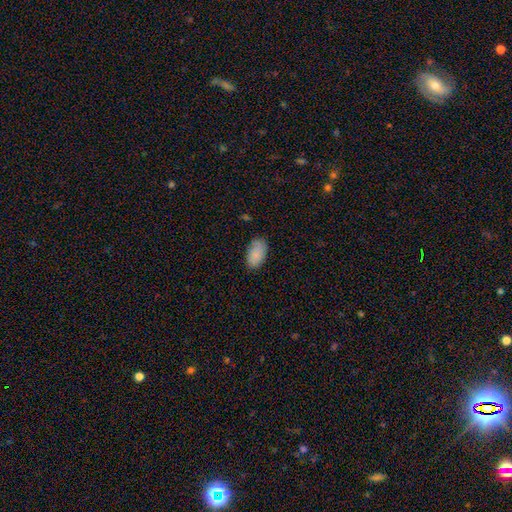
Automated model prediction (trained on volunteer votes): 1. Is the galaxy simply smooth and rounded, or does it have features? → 86% smooth, 7% featured or disk, 7% star or artifact.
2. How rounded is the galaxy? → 94% in between, 4% round, 2% cigar-shaped.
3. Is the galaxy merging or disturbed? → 75% none, 20% minor disturbance, 4% major disturbance, 2% merger.